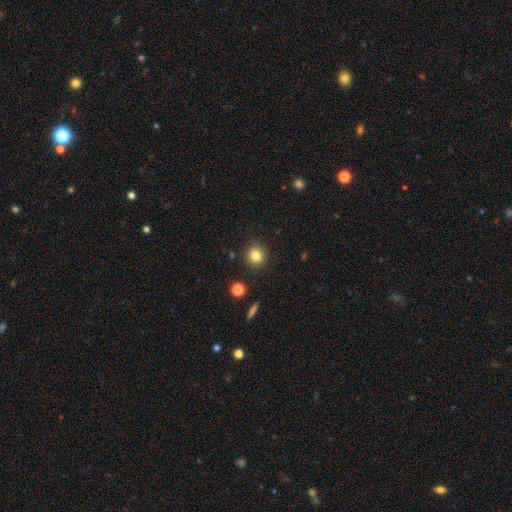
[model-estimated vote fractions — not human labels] smooth_or_featured: smooth (p=0.82) [alt: star or artifact p=0.11]
how_rounded: round (p=0.85) [alt: in between p=0.14]
merging: none (p=0.88) [alt: minor disturbance p=0.08]